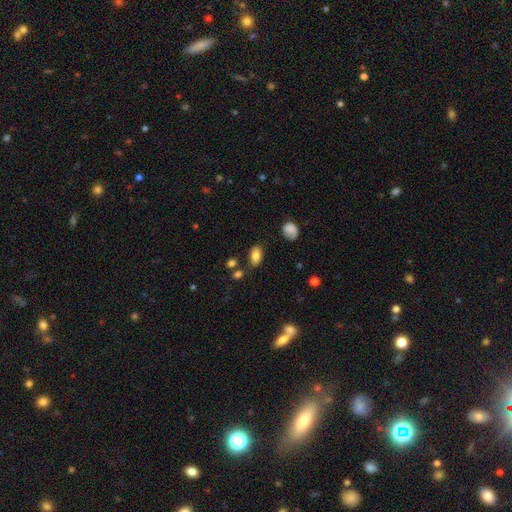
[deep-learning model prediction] A smooth galaxy with no disk features (83%) that is in between round and cigar-shaped (91%).

Vote fractions:
- Smooth or featured? smooth: 83% / star or artifact: 9% / featured or disk: 8%
- How rounded? in between: 91% / round: 6% / cigar-shaped: 3%
- Merging? none: 77% / minor disturbance: 14% / merger: 5% / major disturbance: 4%